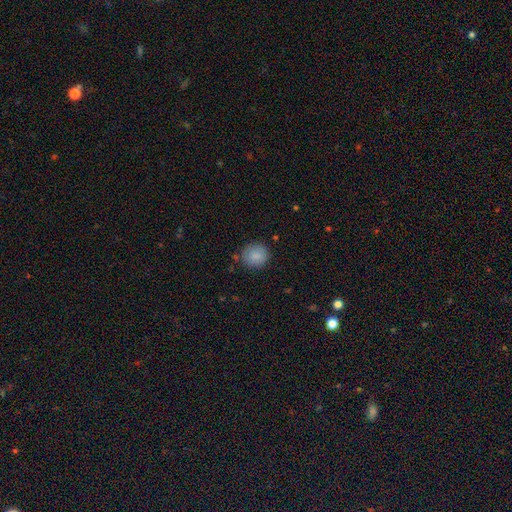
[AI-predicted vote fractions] smooth-or-featured: smooth: 86% | star or artifact: 8% | featured or disk: 6%
  how-rounded: round: 89% | in between: 10% | cigar-shaped: 1%
  merging: none: 82% | minor disturbance: 13% | major disturbance: 3% | merger: 2%